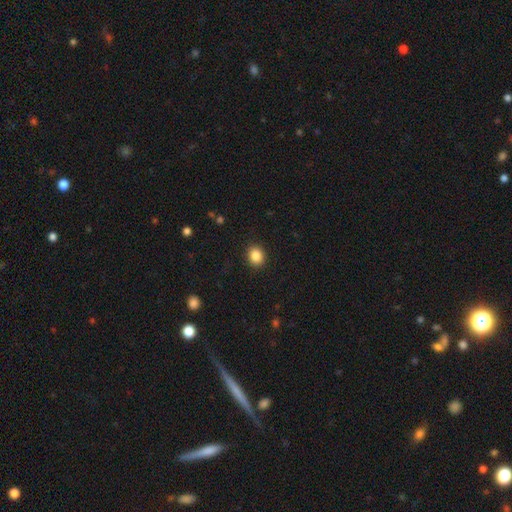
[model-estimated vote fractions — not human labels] The model was most divided on "how rounded": round: 70%, in between: 29%, cigar-shaped: 1%. More confident: merging — none (91%); smooth or featured — smooth (87%).